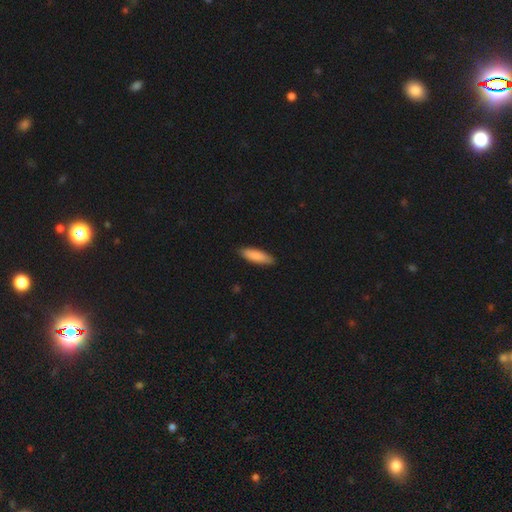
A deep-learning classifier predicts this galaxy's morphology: smooth-or-featured: smooth: 88% | featured or disk: 7% | star or artifact: 5%
  how-rounded: cigar-shaped: 58% | in between: 41% | round: 1%
  merging: none: 88% | minor disturbance: 10% | major disturbance: 2% | merger: 1%